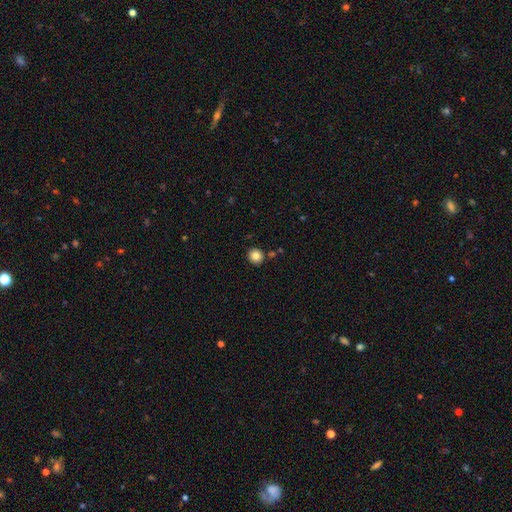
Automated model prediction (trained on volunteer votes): Smooth or featured? smooth (83%)
How rounded? round (90%)
Merging? none (87%)